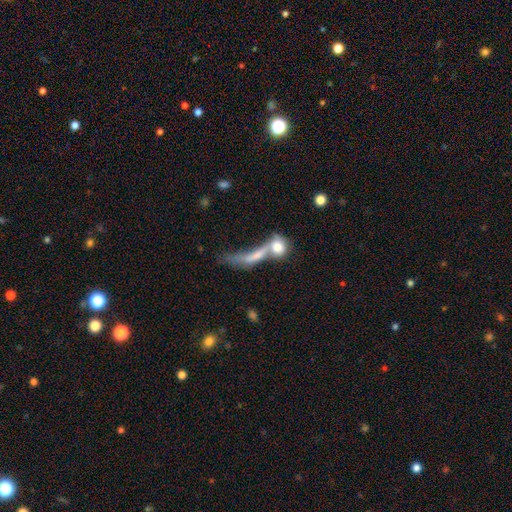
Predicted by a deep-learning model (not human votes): This appears to be a smooth galaxy with no disk features (60%) that is cigar-shaped (40%). Merging: merger (60%).